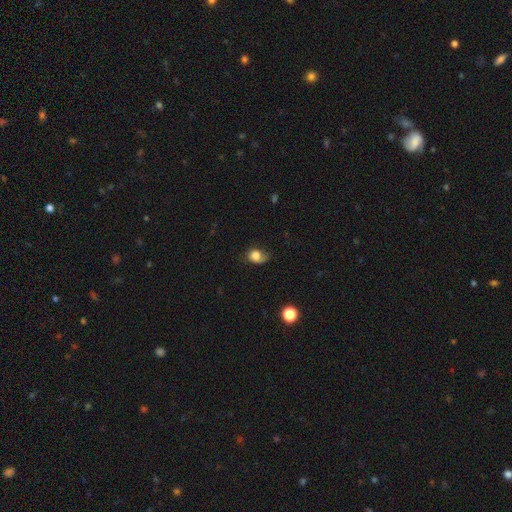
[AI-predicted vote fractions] smooth 74%, featured or disk 16%, star or artifact 10%. Down the decision tree: how rounded — in between (52%); merging — none (41%).